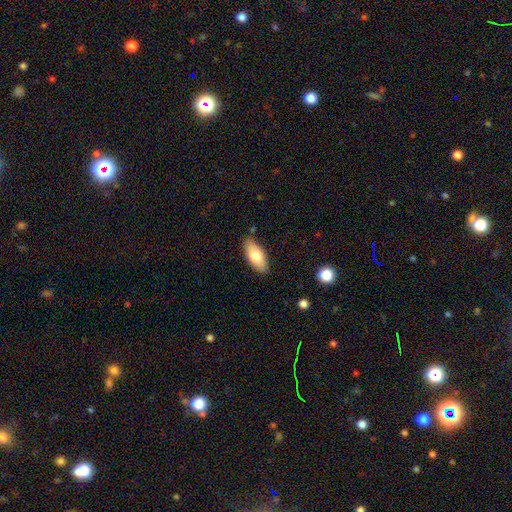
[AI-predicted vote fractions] A smooth galaxy with no disk features (75%) that is in between round and cigar-shaped (84%). Merging: none (85%).